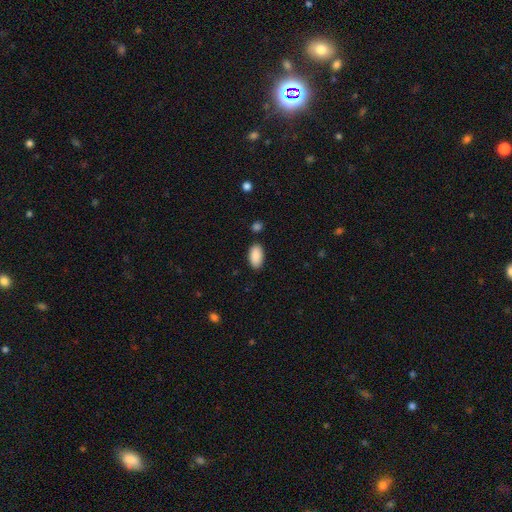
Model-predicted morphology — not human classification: Overall: smooth (90%). How rounded: in between (95%). Merging: none (86%).